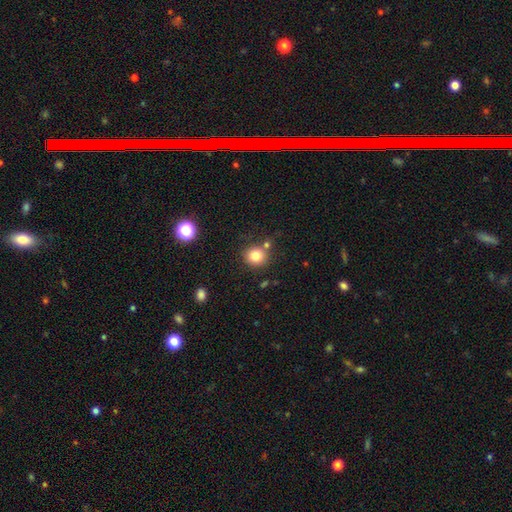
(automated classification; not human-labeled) The model was most divided on "merging": none: 78%, merger: 10%, minor disturbance: 9%, major disturbance: 3%. More confident: how rounded — round (88%); smooth or featured — smooth (81%).